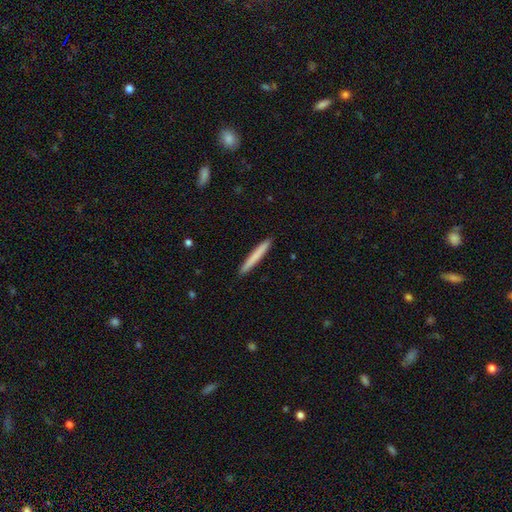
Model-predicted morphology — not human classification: type=smooth (74%); roundness=cigar-shaped (97%); merging=none (93%).